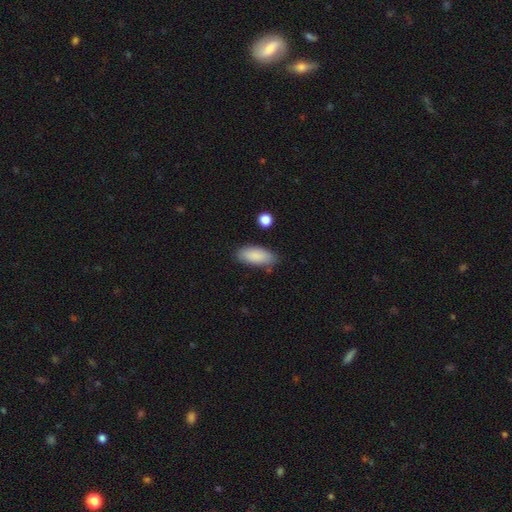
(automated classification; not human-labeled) Smooth or featured: smooth — 88% (star or artifact — 6%)
How rounded: in between — 85% (cigar-shaped — 13%)
Merging: none — 80% (minor disturbance — 14%)